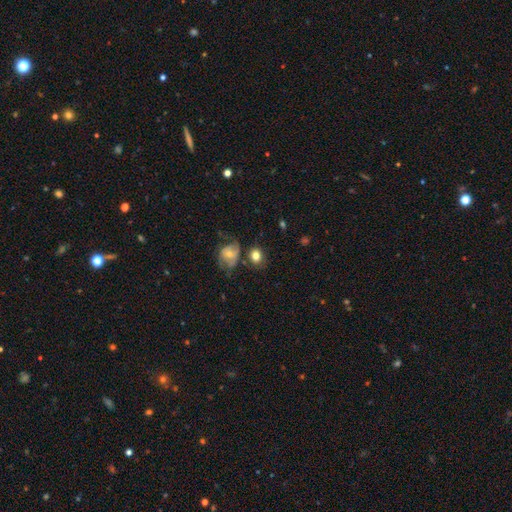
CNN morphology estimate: A smooth galaxy with no disk features (77%) that is round (58%). Merging: none (64%).